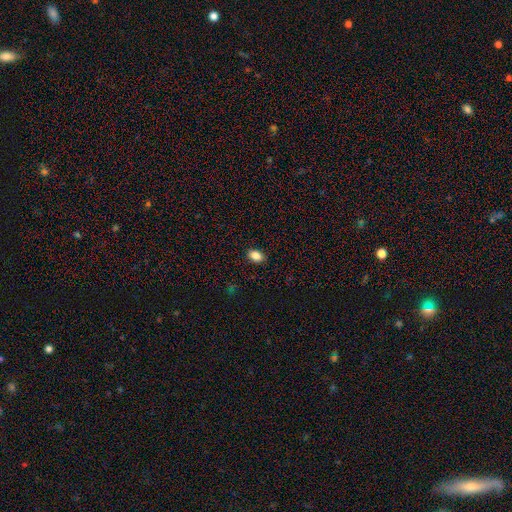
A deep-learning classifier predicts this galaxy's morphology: smooth 86%, star or artifact 9%, featured or disk 4%. Down the decision tree: how rounded — in between (81%); merging — none (89%).